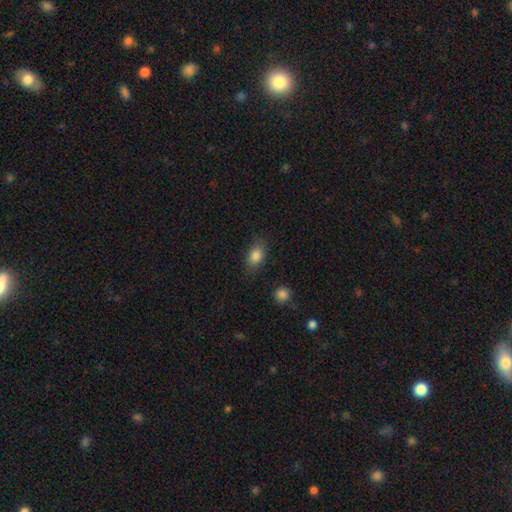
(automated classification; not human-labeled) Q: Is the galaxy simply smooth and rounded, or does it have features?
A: smooth — 83%.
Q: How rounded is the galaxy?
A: in between — 83%.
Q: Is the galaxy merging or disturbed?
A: none — 80%.